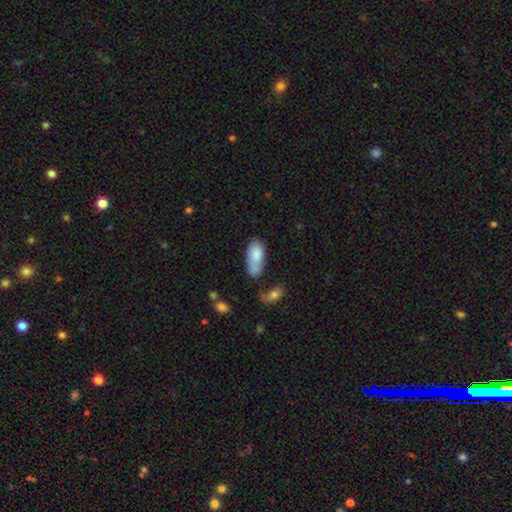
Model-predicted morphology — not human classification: Overall: smooth (79%). How rounded: in between (90%). Merging: none (39%; merger 25%).